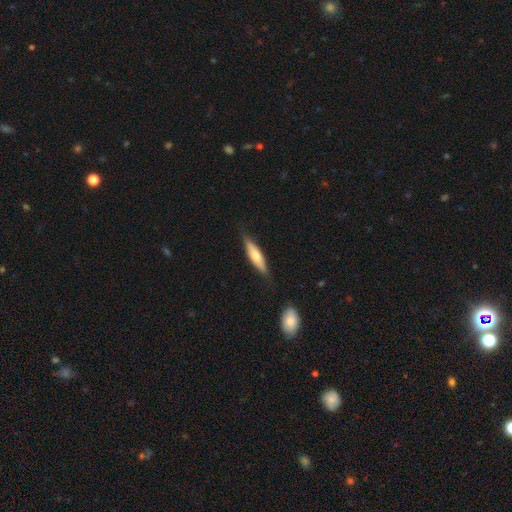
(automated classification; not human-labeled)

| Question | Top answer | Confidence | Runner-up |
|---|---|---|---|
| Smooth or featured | smooth | 57% | featured or disk (38%) |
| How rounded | cigar-shaped | 71% | in between (27%) |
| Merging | none | 81% | minor disturbance (15%) |